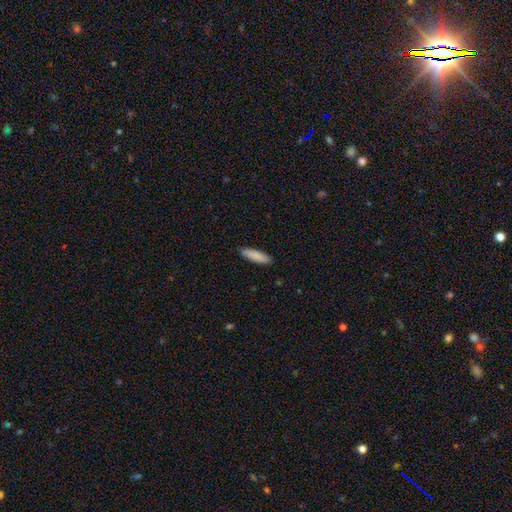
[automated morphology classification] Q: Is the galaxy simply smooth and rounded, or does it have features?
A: smooth — 87%.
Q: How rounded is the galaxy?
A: cigar-shaped — 67%.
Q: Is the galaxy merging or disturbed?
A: none — 89%.